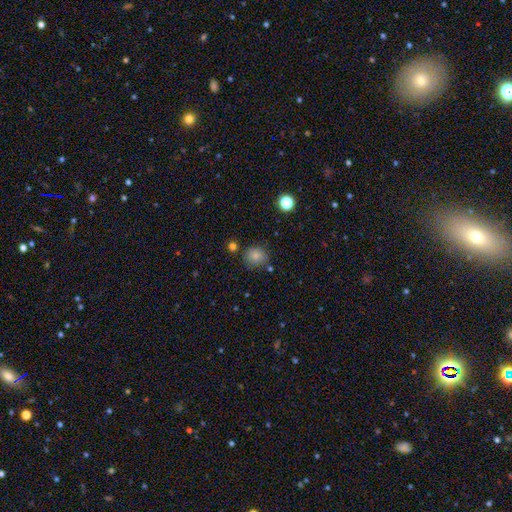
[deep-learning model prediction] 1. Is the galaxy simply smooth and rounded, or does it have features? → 80% smooth, 13% star or artifact, 7% featured or disk.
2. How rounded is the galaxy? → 85% round, 14% in between, 1% cigar-shaped.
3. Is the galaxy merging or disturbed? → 79% none, 12% minor disturbance, 6% merger, 3% major disturbance.